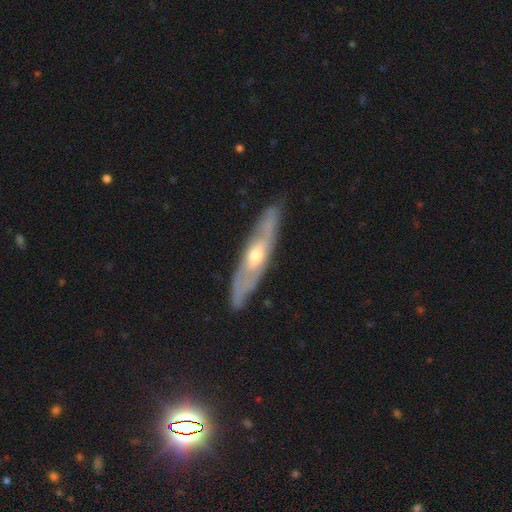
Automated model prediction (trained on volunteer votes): This appears to be a featured or disk galaxy (70%). Merging: none (82%).